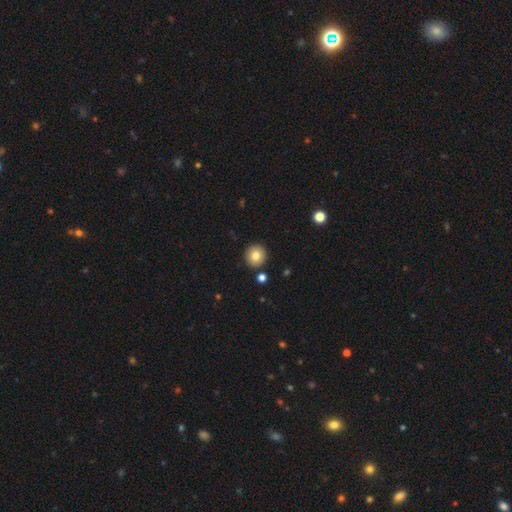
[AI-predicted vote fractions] A smooth galaxy with no disk features (81%) that is round (93%). Merging: none (90%).